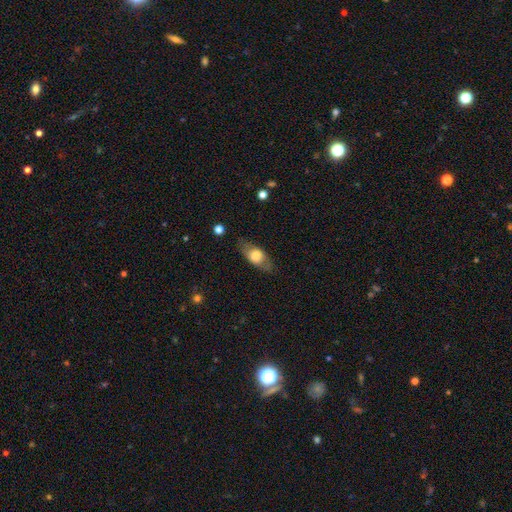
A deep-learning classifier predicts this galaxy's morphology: This appears to be a smooth galaxy with no disk features (59%) that is in between round and cigar-shaped (79%). Merging: none (78%).